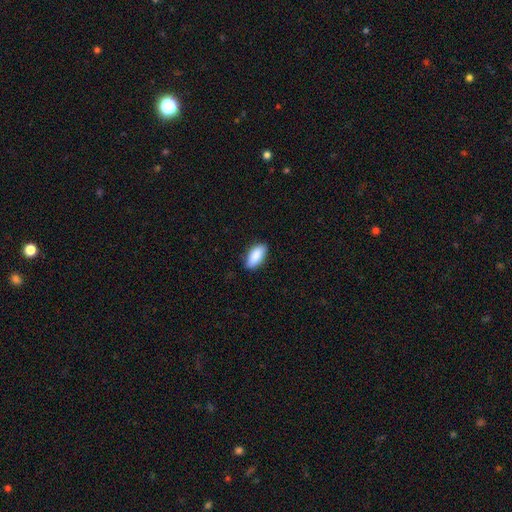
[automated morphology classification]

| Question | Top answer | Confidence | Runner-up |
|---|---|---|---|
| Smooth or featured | smooth | 89% | star or artifact (6%) |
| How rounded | in between | 92% | cigar-shaped (6%) |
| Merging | none | 85% | minor disturbance (12%) |